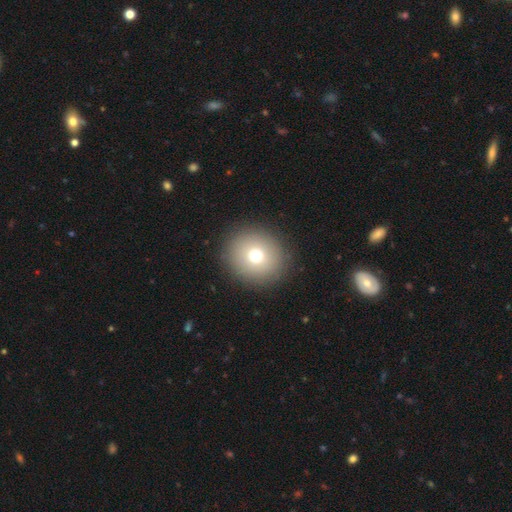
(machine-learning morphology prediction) The model was most divided on "smooth or featured": smooth: 73%, featured or disk: 14%, star or artifact: 14%. More confident: merging — none (91%); how rounded — round (90%).